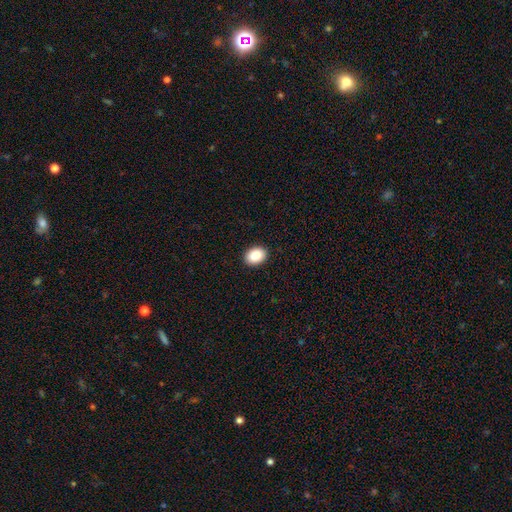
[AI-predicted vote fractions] Smooth or featured? smooth (86%)
How rounded? in between (68%)
Merging? none (92%)